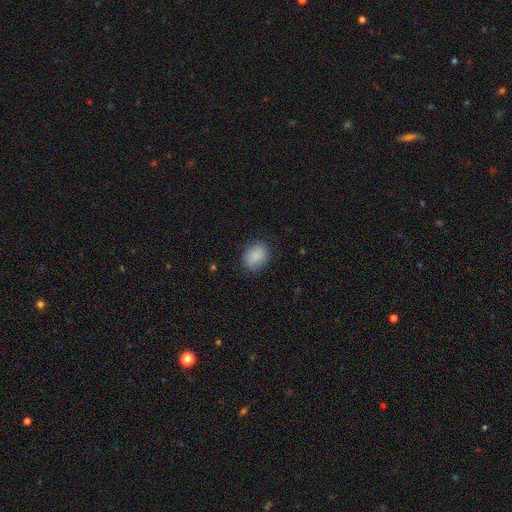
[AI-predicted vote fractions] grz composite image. It shows a smooth galaxy with no disk features (86%) that is in between round and cigar-shaped (59%). Merging: none (82%).